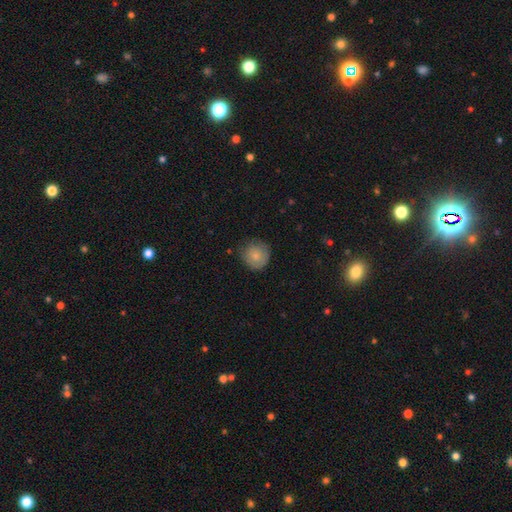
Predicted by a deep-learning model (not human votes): Smooth or featured: smooth — 80% (featured or disk — 12%)
How rounded: round — 92% (in between — 7%)
Merging: none — 75% (minor disturbance — 20%)